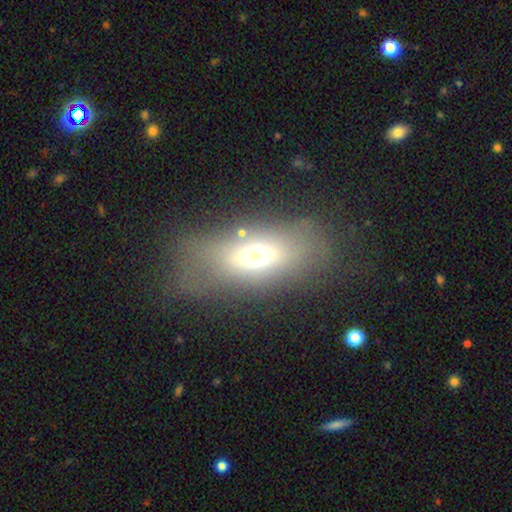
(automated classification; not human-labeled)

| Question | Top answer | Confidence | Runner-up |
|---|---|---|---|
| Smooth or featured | smooth | 60% | featured or disk (27%) |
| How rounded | in between | 81% | cigar-shaped (13%) |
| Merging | none | 58% | minor disturbance (22%) |